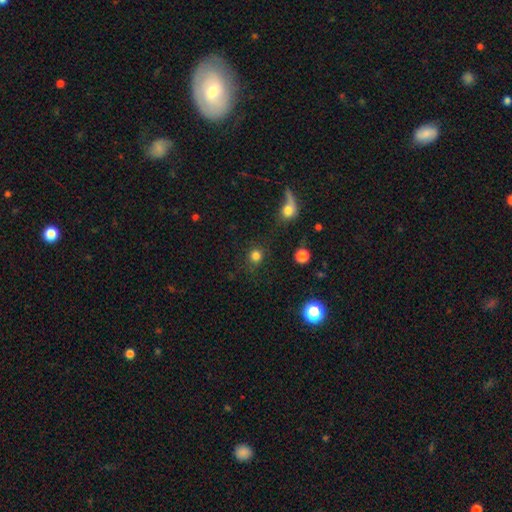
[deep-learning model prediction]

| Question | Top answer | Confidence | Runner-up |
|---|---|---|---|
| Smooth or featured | smooth | 81% | star or artifact (14%) |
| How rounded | round | 91% | in between (8%) |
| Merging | none | 81% | minor disturbance (9%) |